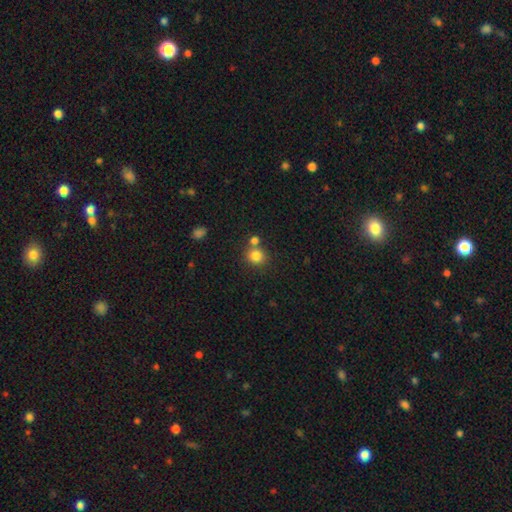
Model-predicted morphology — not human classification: Smooth or featured: smooth — 83% (star or artifact — 11%)
How rounded: round — 86% (in between — 13%)
Merging: none — 66% (merger — 23%)